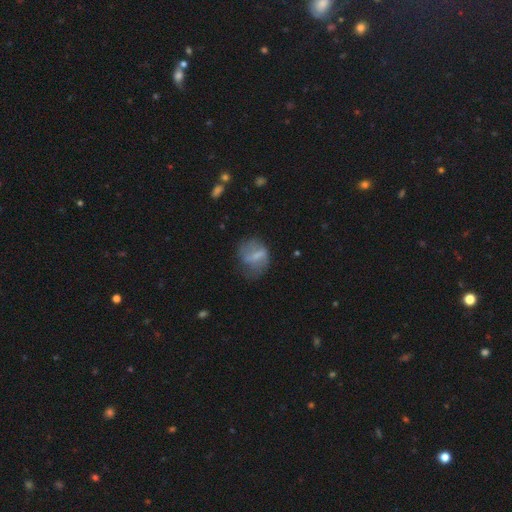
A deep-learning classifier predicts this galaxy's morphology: A smooth galaxy with no disk features (48%). Merging: none (49%).